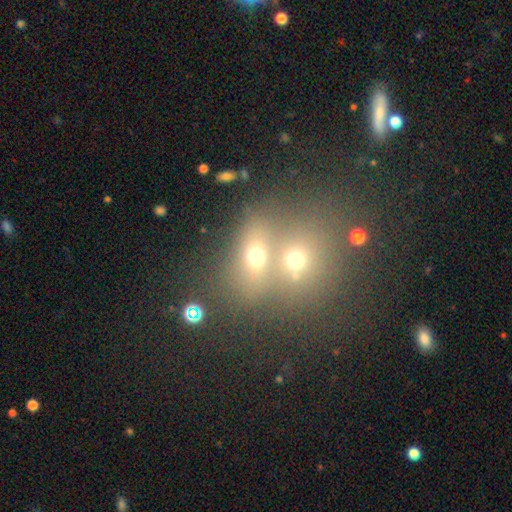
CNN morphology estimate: The model was most divided on "how rounded": round: 54%, in between: 44%, cigar-shaped: 2%. More confident: smooth or featured — smooth (68%); merging — merger (66%).